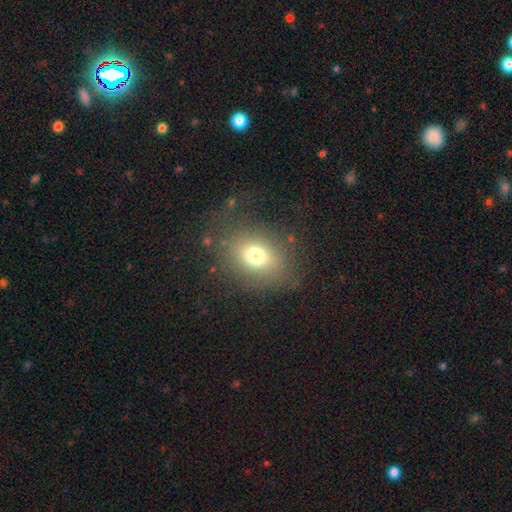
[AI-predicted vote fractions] A smooth galaxy with no disk features (72%) that is in between round and cigar-shaped (55%). Merging: none (75%).